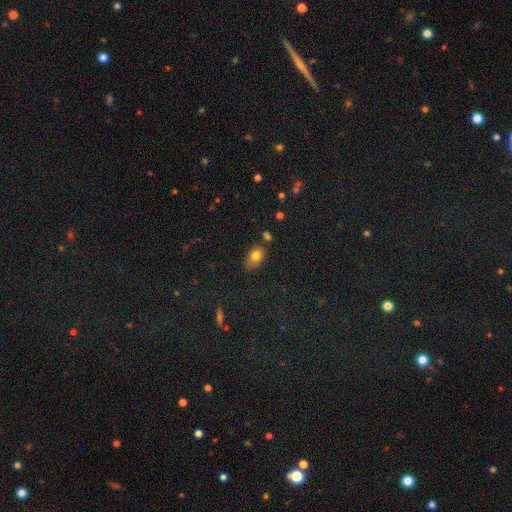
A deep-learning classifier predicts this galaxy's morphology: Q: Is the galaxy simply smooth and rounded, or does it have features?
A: smooth — 79%.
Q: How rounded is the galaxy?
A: in between — 77%.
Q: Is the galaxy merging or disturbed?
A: none — 65%.